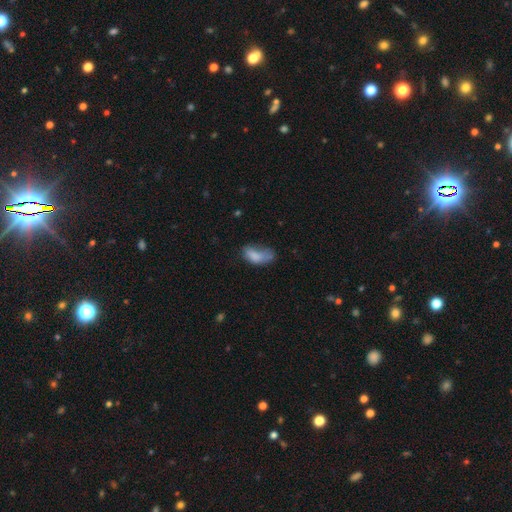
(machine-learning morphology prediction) Smooth or featured?
  - smooth: 73% *
  - featured or disk: 17%
  - star or artifact: 10%
How rounded?
  - in between: 90% *
  - cigar-shaped: 6%
  - round: 5%
Merging?
  - major disturbance: 35% *
  - minor disturbance: 29%
  - none: 25%
  - merger: 12%